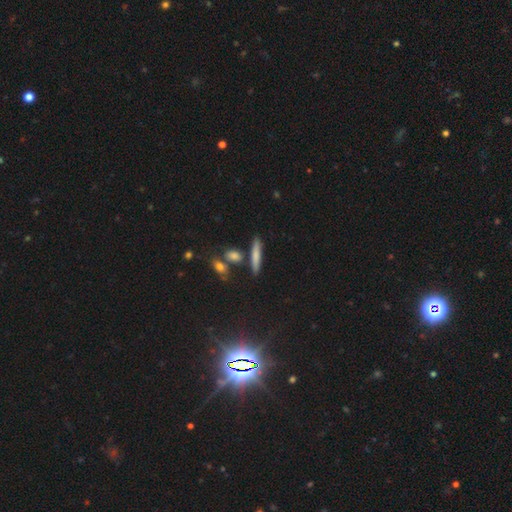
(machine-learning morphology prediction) A smooth galaxy with no disk features (71%) that is cigar-shaped (87%).

Vote fractions:
- Smooth or featured? smooth: 71% / featured or disk: 21% / star or artifact: 8%
- How rounded? cigar-shaped: 87% / in between: 10% / round: 3%
- Merging? none: 79% / minor disturbance: 10% / merger: 8% / major disturbance: 3%